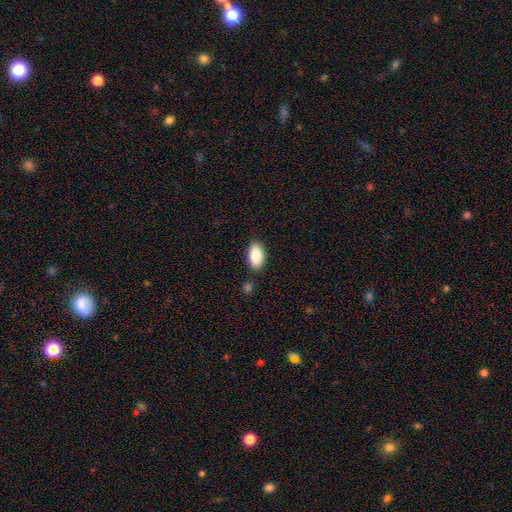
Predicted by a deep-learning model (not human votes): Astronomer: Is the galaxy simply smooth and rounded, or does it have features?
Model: smooth — 86%.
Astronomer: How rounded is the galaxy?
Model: in between — 93%.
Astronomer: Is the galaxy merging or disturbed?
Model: none — 84%.